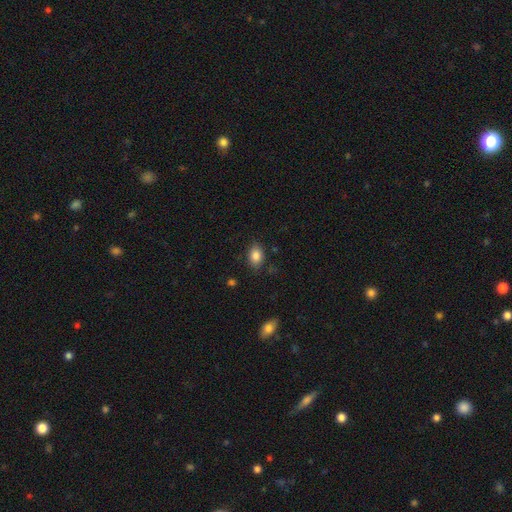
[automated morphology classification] Smooth or featured?
  - smooth: 85% *
  - star or artifact: 9%
  - featured or disk: 6%
How rounded?
  - in between: 74% *
  - round: 25%
  - cigar-shaped: 1%
Merging?
  - none: 82% *
  - minor disturbance: 13%
  - major disturbance: 3%
  - merger: 2%